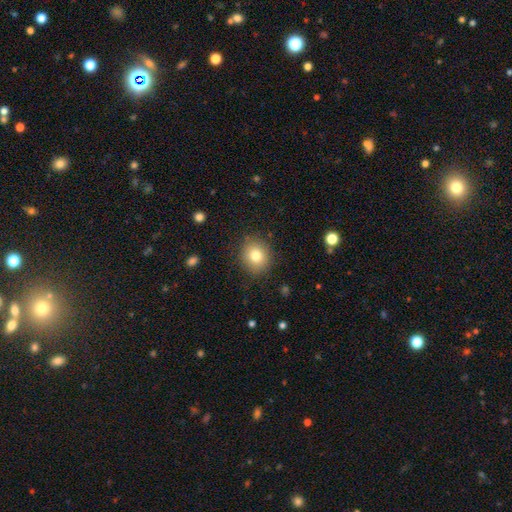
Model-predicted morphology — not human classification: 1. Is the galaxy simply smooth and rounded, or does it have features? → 79% smooth, 10% star or artifact, 10% featured or disk.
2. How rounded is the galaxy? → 79% round, 20% in between, 1% cigar-shaped.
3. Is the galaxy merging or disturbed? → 87% none, 9% minor disturbance, 3% major disturbance, 1% merger.